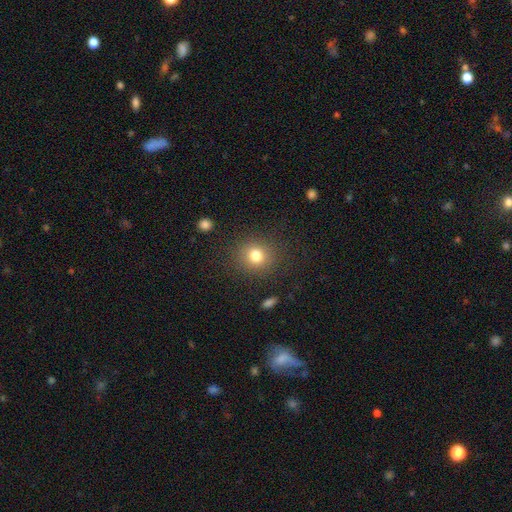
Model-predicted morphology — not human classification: Smooth or featured?
  - smooth: 79% *
  - star or artifact: 13%
  - featured or disk: 9%
How rounded?
  - round: 83% *
  - in between: 16%
  - cigar-shaped: 1%
Merging?
  - none: 86% *
  - minor disturbance: 8%
  - major disturbance: 4%
  - merger: 1%